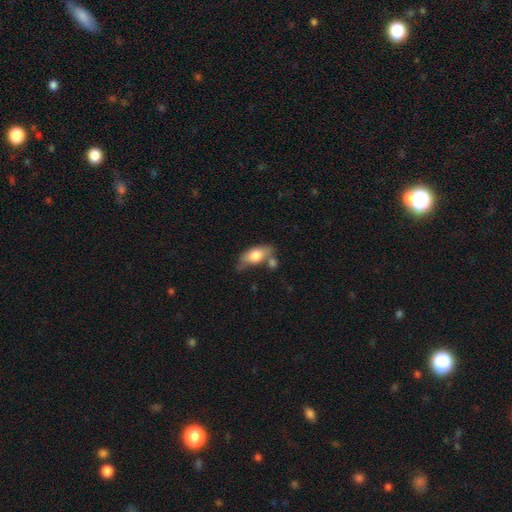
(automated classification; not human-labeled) Smooth or featured? smooth (71%)
How rounded? in between (85%)
Merging? none (49%)